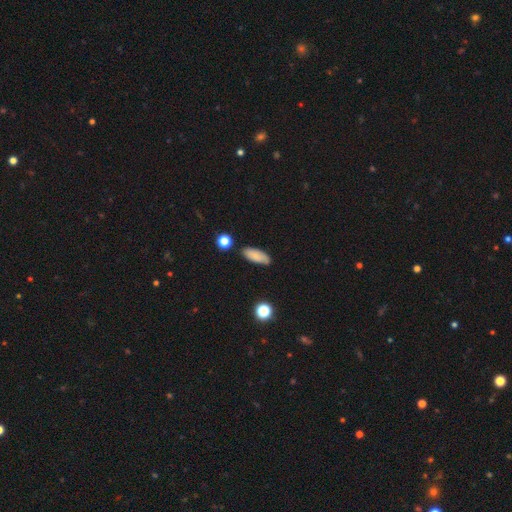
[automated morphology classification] A smooth galaxy with no disk features (83%) that is in between round and cigar-shaped (76%). Merging: none (81%).